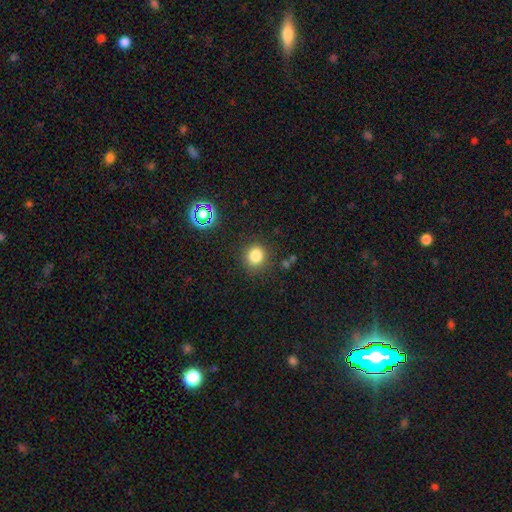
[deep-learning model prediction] A smooth galaxy with no disk features (81%) that is round (85%). Merging: none (86%).